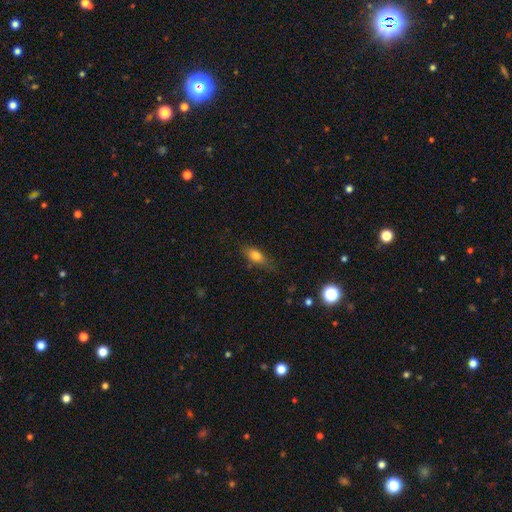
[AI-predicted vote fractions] This appears to be a smooth galaxy with no disk features (77%) that is in between round and cigar-shaped (79%). Merging: none (69%).